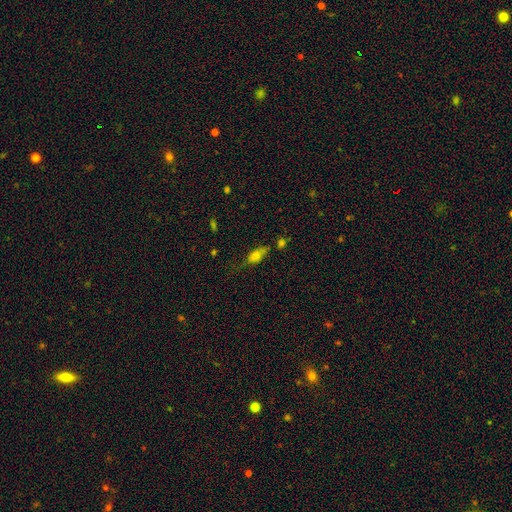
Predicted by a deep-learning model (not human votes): This appears to be a smooth galaxy with no disk features (71%) that is in between round and cigar-shaped (80%). Merging: none (47%).